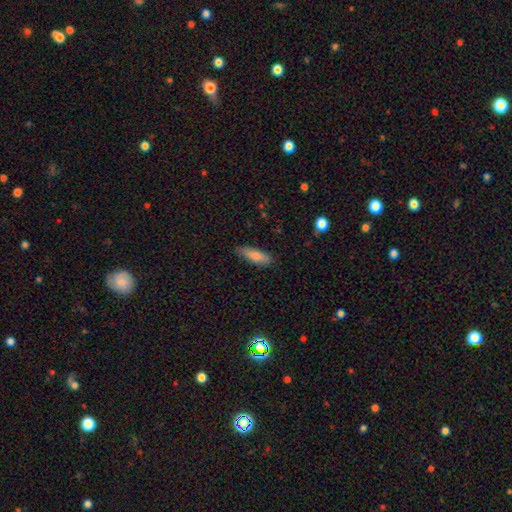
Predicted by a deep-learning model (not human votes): Smooth or featured? smooth (76%)
How rounded? cigar-shaped (51%)
Merging? none (83%)